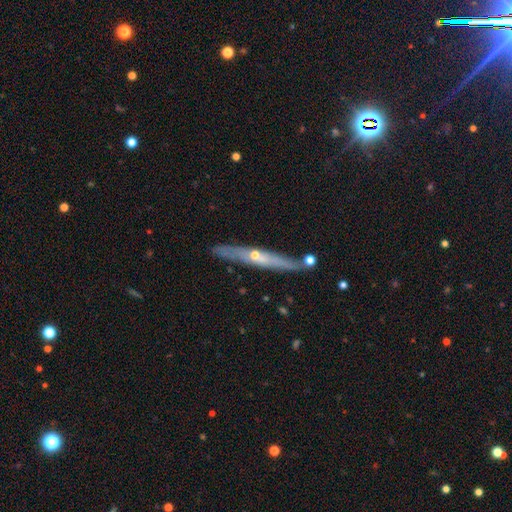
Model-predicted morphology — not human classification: smooth_or_featured: featured or disk (p=0.65) [alt: smooth p=0.29]
disk_edge_on: yes (p=0.88) [alt: no p=0.12]
edge_on_bulge: rounded (p=0.70) [alt: none p=0.28]
merging: none (p=0.79) [alt: minor disturbance p=0.13]